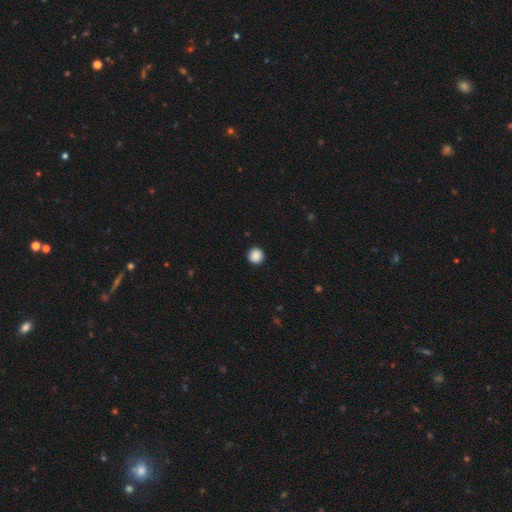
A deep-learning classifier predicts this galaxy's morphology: This is clearly a smooth galaxy (89%). How rounded: clearly round (94%). Merging: clearly none (93%).